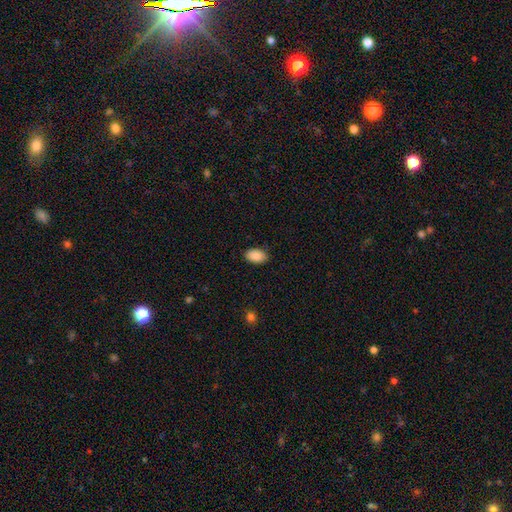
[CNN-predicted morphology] A smooth galaxy with no disk features (89%) that is in between round and cigar-shaped (91%).

Vote fractions:
- Smooth or featured? smooth: 89% / star or artifact: 7% / featured or disk: 4%
- How rounded? in between: 91% / round: 8% / cigar-shaped: 1%
- Merging? none: 87% / minor disturbance: 10% / major disturbance: 2% / merger: 1%